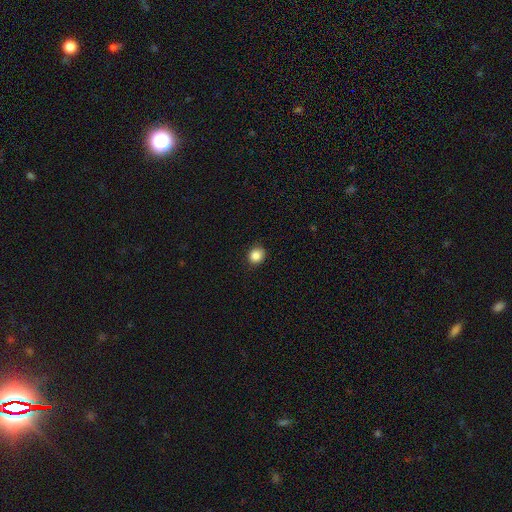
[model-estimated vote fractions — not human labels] smooth-or-featured: smooth: 85% | star or artifact: 10% | featured or disk: 4%
  how-rounded: round: 82% | in between: 17% | cigar-shaped: 1%
  merging: none: 88% | minor disturbance: 9% | major disturbance: 2% | merger: 1%